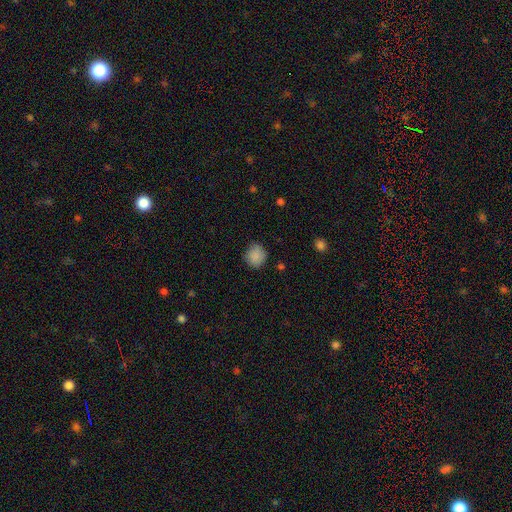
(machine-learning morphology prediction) A smooth galaxy with no disk features (87%) that is round (85%).

Vote fractions:
- Smooth or featured? smooth: 87% / star or artifact: 9% / featured or disk: 5%
- How rounded? round: 85% / in between: 14% / cigar-shaped: 1%
- Merging? none: 75% / minor disturbance: 20% / major disturbance: 4% / merger: 1%